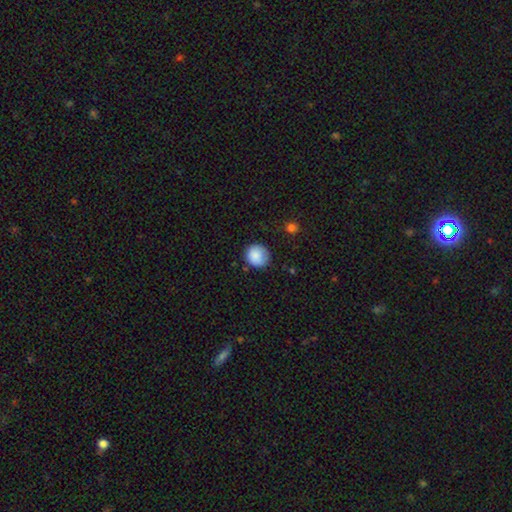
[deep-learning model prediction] Overall: smooth (87%). How rounded: round (89%). Merging: none (77%).